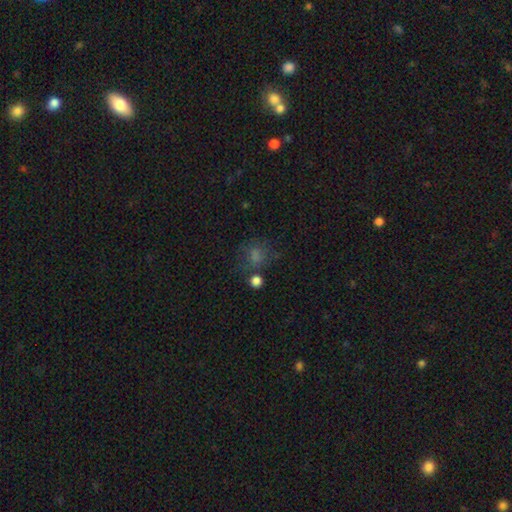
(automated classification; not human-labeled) Q: Smooth or featured?
A: smooth (53%); runner-up: star or artifact (33%)
Q: How rounded?
A: round (74%); runner-up: in between (25%)
Q: Merging?
A: none (65%); runner-up: minor disturbance (16%)